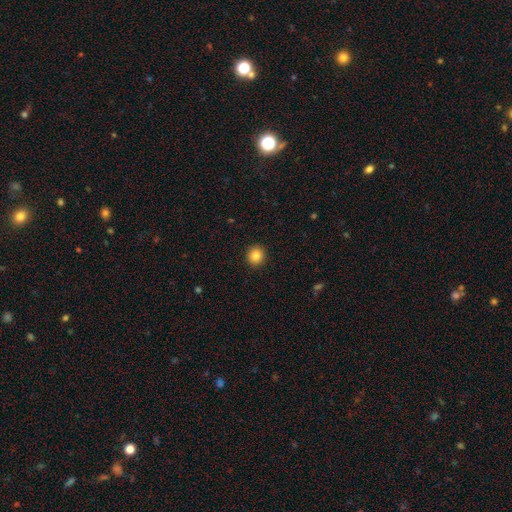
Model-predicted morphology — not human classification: Smooth or featured? Predicted: smooth (p=0.86). How rounded? Predicted: round (p=0.90). Merging? Predicted: none (p=0.93).